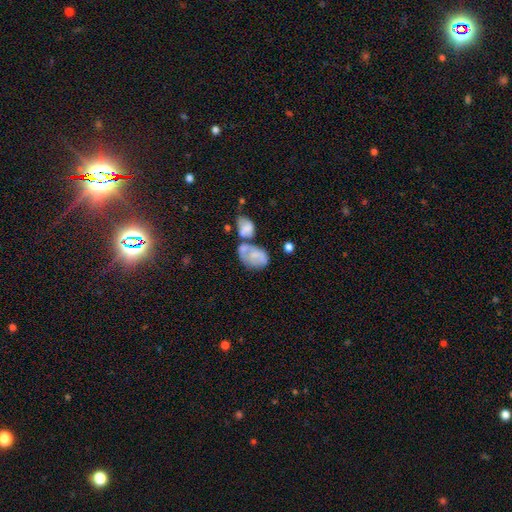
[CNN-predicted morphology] The model was most divided on "smooth or featured": smooth: 61%, featured or disk: 31%, star or artifact: 8%. More confident: how rounded — in between (85%); merging — merger (53%).